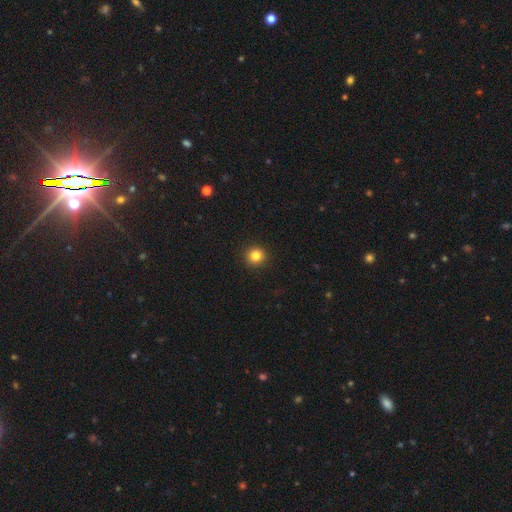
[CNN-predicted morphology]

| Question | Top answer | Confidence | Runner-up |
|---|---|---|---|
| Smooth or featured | smooth | 84% | star or artifact (12%) |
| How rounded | round | 93% | in between (6%) |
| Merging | none | 93% | minor disturbance (5%) |